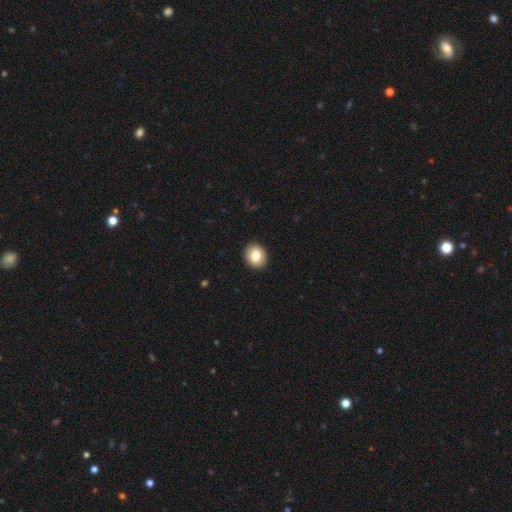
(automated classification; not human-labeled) Smooth or featured?
  - smooth: 81% *
  - featured or disk: 11%
  - star or artifact: 8%
How rounded?
  - round: 59% *
  - in between: 40%
  - cigar-shaped: 1%
Merging?
  - none: 92% *
  - minor disturbance: 6%
  - major disturbance: 2%
  - merger: 1%